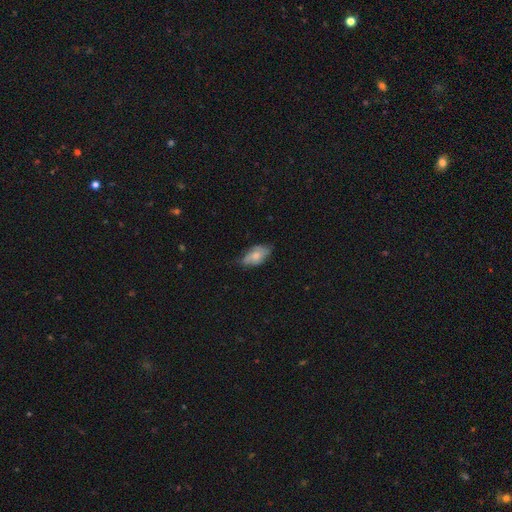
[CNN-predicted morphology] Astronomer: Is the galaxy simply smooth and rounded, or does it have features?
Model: smooth — 61%.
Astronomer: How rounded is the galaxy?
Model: in between — 91%.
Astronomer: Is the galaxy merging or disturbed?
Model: none — 60%.